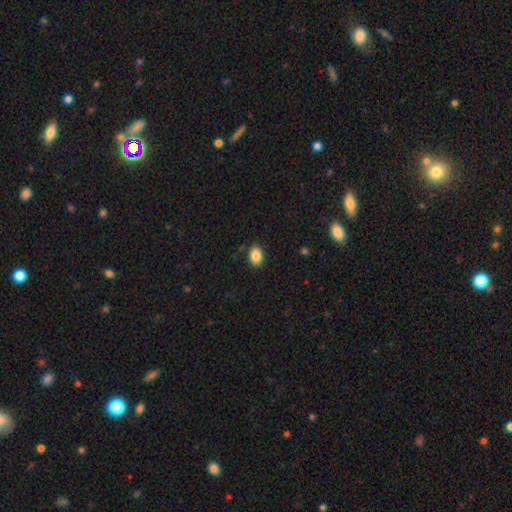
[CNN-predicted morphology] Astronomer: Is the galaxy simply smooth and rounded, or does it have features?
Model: smooth — 87%.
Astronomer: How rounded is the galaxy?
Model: in between — 82%.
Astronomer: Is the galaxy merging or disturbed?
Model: none — 86%.